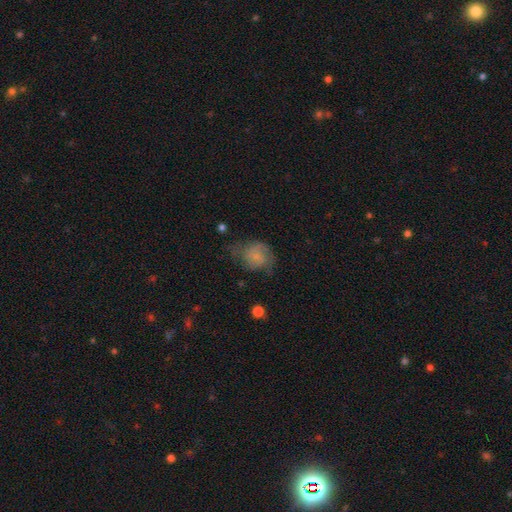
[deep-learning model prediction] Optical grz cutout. It shows a smooth galaxy with no disk features (60%) that is round (60%). Merging: none (44%).